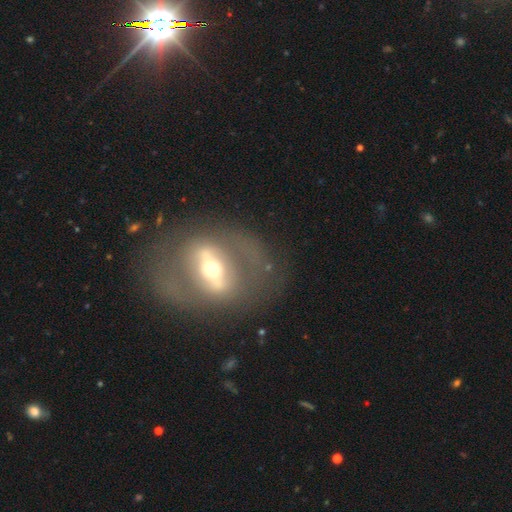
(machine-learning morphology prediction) Overall: featured or disk (73%). Edge-on disk: no (82%). Bar: strong (60%; weak 26%). Spiral arms: no (62%; yes 38%). Bulge size: moderate (58%; small 27%). Merging: none (72%).